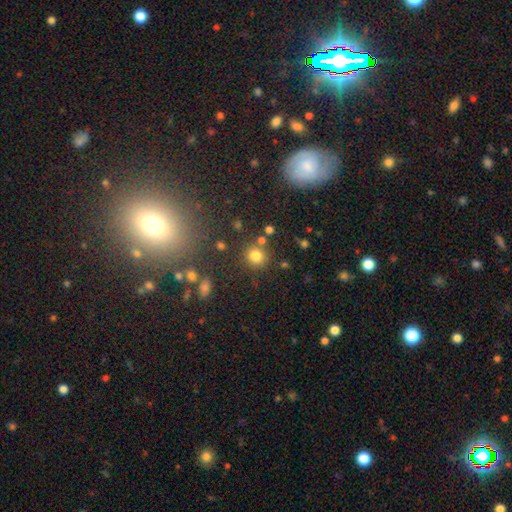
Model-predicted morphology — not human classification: smooth-or-featured: smooth: 77% | star or artifact: 16% | featured or disk: 7%
  how-rounded: round: 90% | in between: 9% | cigar-shaped: 1%
  merging: none: 77% | minor disturbance: 9% | merger: 9% | major disturbance: 4%